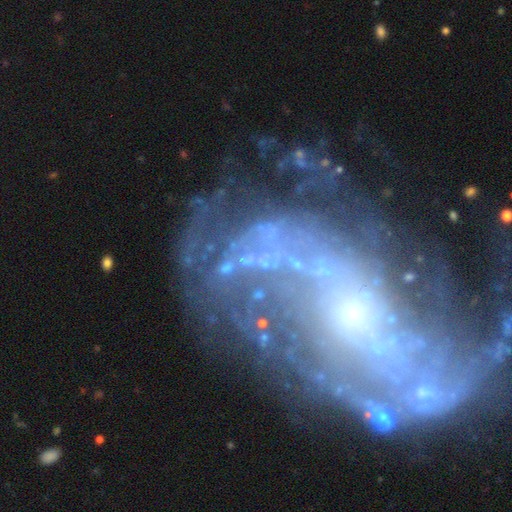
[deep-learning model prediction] Q: Smooth or featured?
A: featured or disk (84%); runner-up: star or artifact (9%)
Q: Edge-on disk?
A: no (97%); runner-up: yes (3%)
Q: Bar?
A: no (60%); runner-up: weak (28%)
Q: Spiral arms?
A: yes (85%); runner-up: no (15%)
Q: Spiral winding?
A: loose (40%); runner-up: medium (36%)
Q: Spiral arm count?
A: 2 (43%); runner-up: can't tell (25%)
Q: Bulge size?
A: small (66%); runner-up: none (16%)
Q: Merging?
A: none (47%); runner-up: major disturbance (28%)